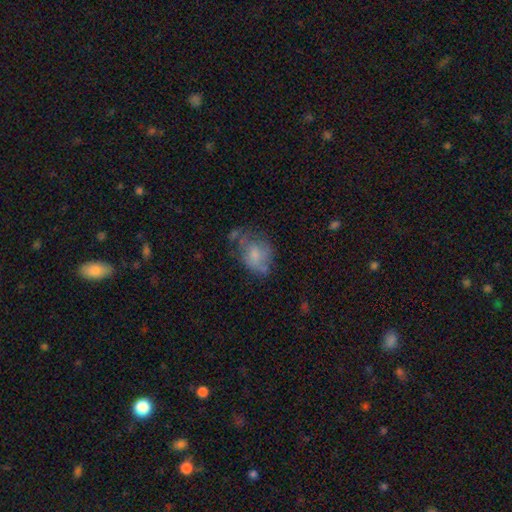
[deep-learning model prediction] This is likely a smooth galaxy (62%). How rounded: likely in between (61%). Merging: marginally none (36%).